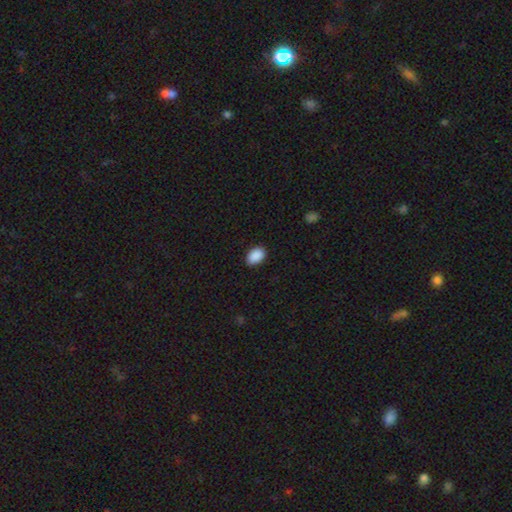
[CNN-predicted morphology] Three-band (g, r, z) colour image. It shows a smooth galaxy with no disk features (90%) that is in between round and cigar-shaped (85%). Merging: none (88%).